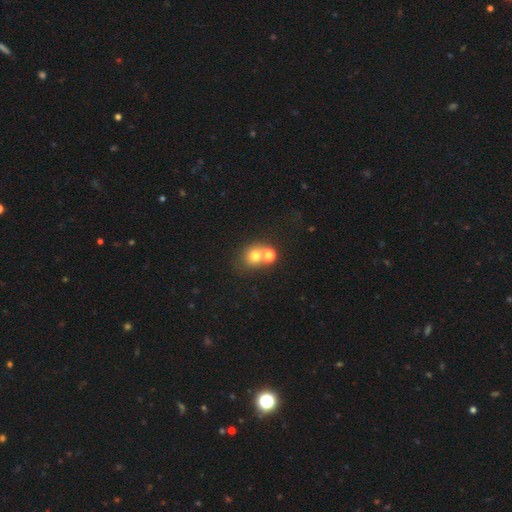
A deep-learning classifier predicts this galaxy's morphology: Overall: smooth (71%). How rounded: round (77%). Merging: none (46%; merger 42%).